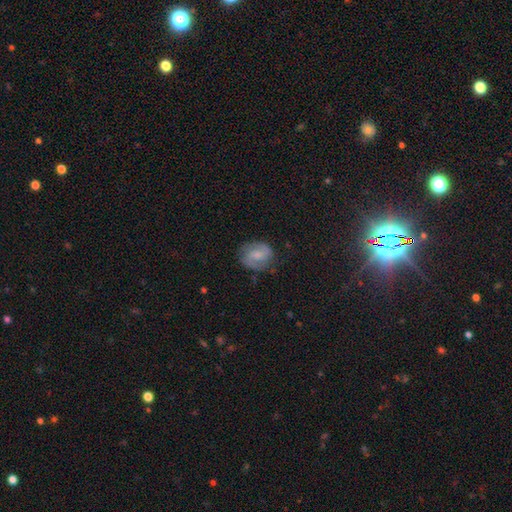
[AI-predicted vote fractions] This appears to be a featured or disk galaxy (61%) with a weak bar (50%), 2 (84%) medium (49%) spiral arms (89%) and a moderate central bulge (41%). Merging: none (75%).